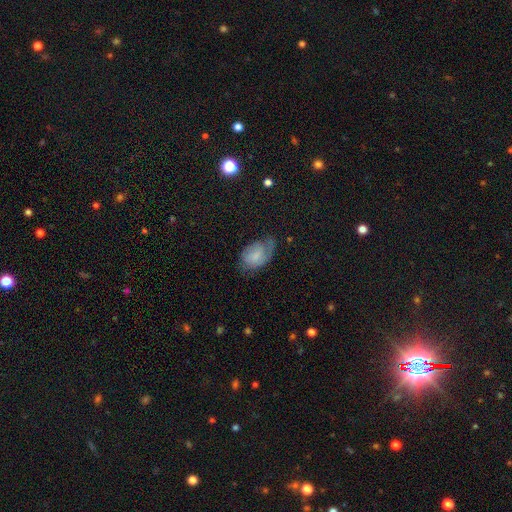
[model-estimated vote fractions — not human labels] Smooth or featured? Predicted: smooth (p=0.59). How rounded? Predicted: in between (p=0.86). Merging? Predicted: none (p=0.40).